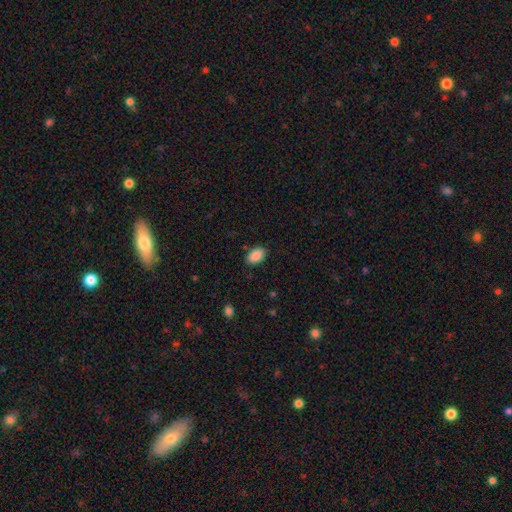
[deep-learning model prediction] Smooth or featured? Predicted: smooth (p=0.89). How rounded? Predicted: in between (p=0.92). Merging? Predicted: none (p=0.87).